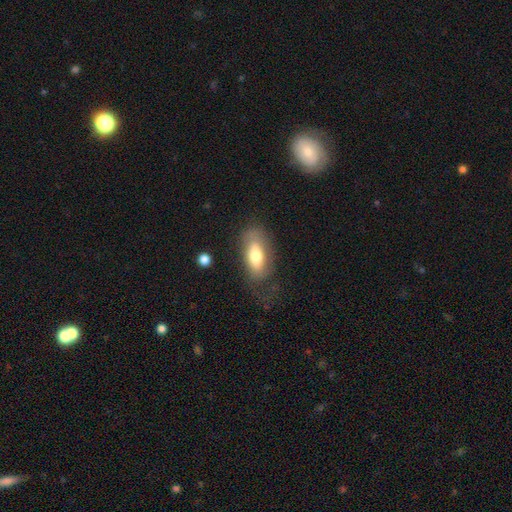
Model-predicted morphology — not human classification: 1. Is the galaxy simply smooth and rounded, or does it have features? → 69% smooth, 25% featured or disk, 7% star or artifact.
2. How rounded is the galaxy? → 84% in between, 13% cigar-shaped, 3% round.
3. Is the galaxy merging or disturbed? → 62% none, 21% minor disturbance, 14% major disturbance, 2% merger.